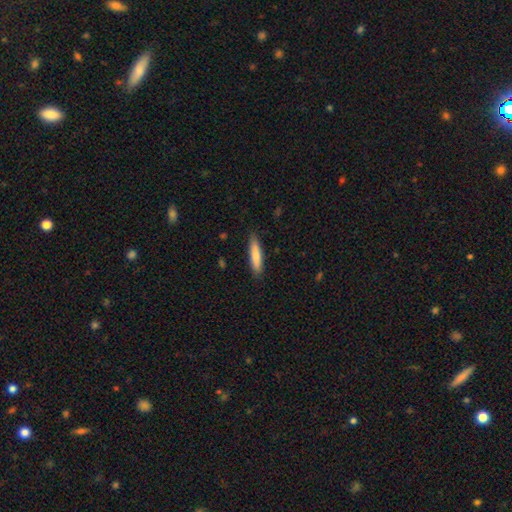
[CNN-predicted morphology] A smooth galaxy with no disk features (82%) that is cigar-shaped (83%). Merging: none (87%).